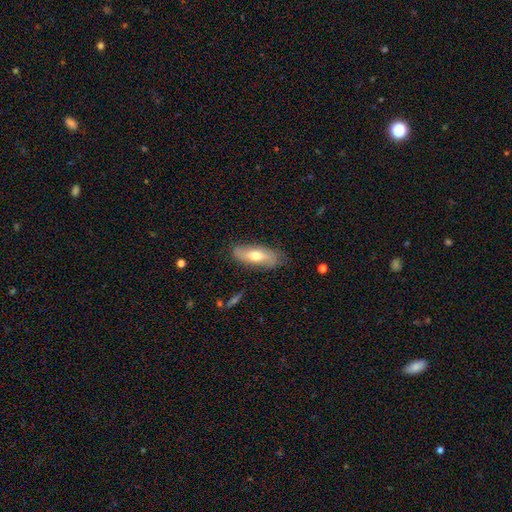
smooth_or_featured: smooth (p=0.76) [alt: featured or disk p=0.18]
how_rounded: in between (p=0.83) [alt: cigar-shaped p=0.14]
merging: none (p=0.69) [alt: minor disturbance p=0.31]